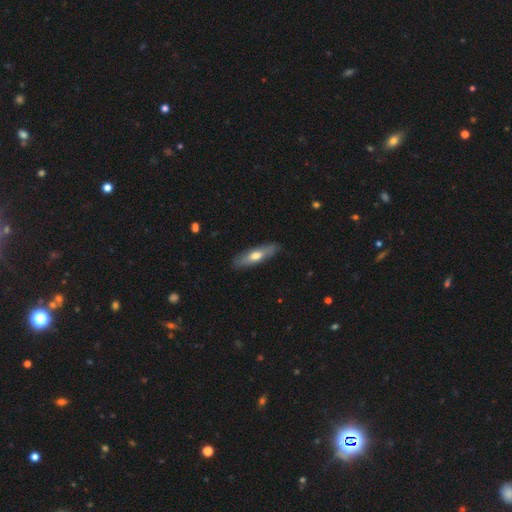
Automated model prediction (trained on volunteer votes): This is possibly a smooth galaxy (57%). How rounded: likely cigar-shaped (64%). Merging: clearly none (86%).